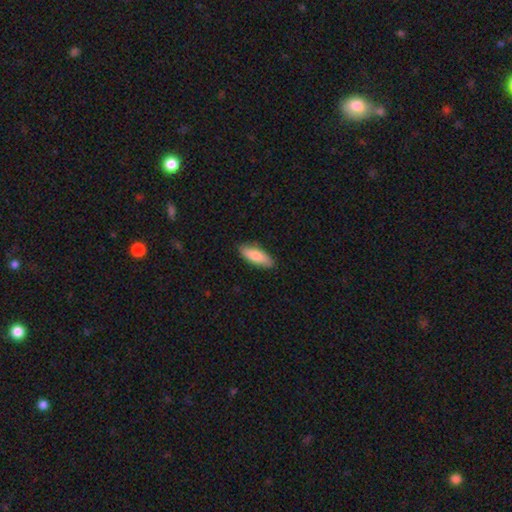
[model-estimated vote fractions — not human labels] smooth-or-featured: smooth: 79% | featured or disk: 16% | star or artifact: 5%
  how-rounded: in between: 63% | cigar-shaped: 35% | round: 2%
  merging: none: 86% | minor disturbance: 11% | major disturbance: 2% | merger: 1%